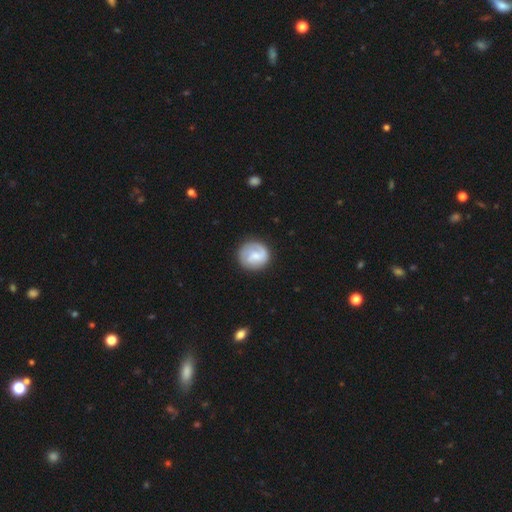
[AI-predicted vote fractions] Q: Smooth or featured?
A: featured or disk (52%); runner-up: smooth (42%)
Q: Edge-on disk?
A: no (98%); runner-up: yes (2%)
Q: Bar?
A: weak (48%); runner-up: no (42%)
Q: Spiral arms?
A: yes (84%); runner-up: no (16%)
Q: Bulge size?
A: small (37%); runner-up: moderate (35%)
Q: Merging?
A: none (79%); runner-up: minor disturbance (14%)